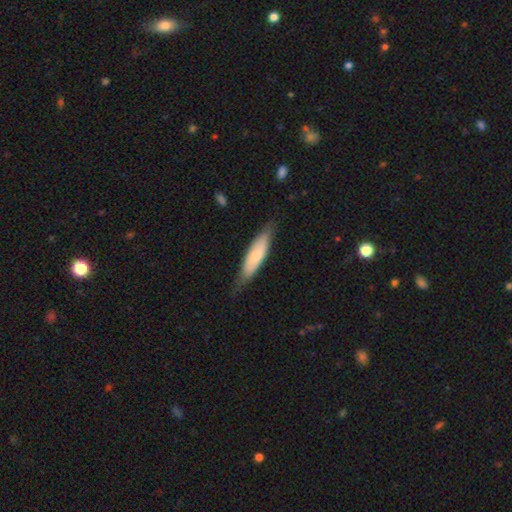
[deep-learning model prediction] This appears to be a smooth galaxy with no disk features (67%) that is cigar-shaped (64%). Merging: none (71%).